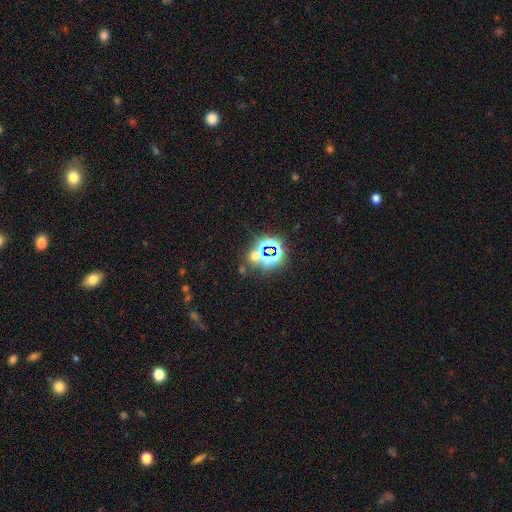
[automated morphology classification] Smooth or featured? star or artifact (60%)